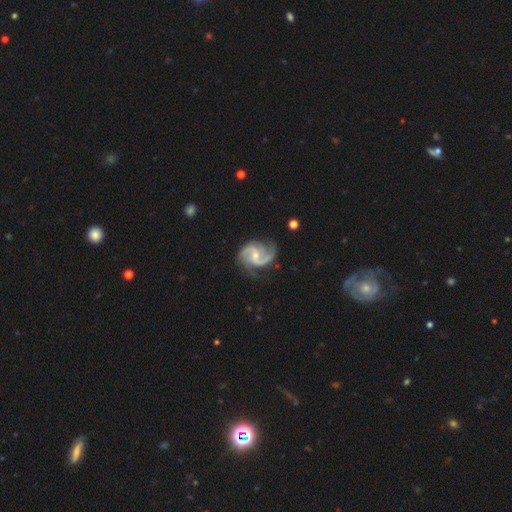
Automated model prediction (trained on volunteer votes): Morphology: type=featured or disk (91%); edge-on=no (98%); bar=no (45%); spiral arms=yes (98%); winding=medium (56%); arm count=2 (77%); bulge=small (59%); merging=none (72%).